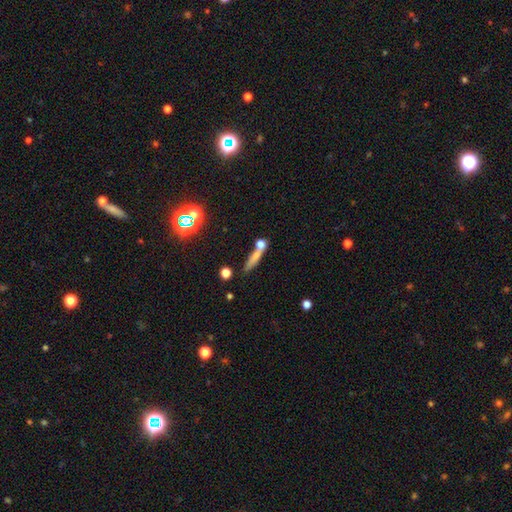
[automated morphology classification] This is likely a smooth galaxy (63%). How rounded: likely cigar-shaped (79%). Merging: possibly none (57%).